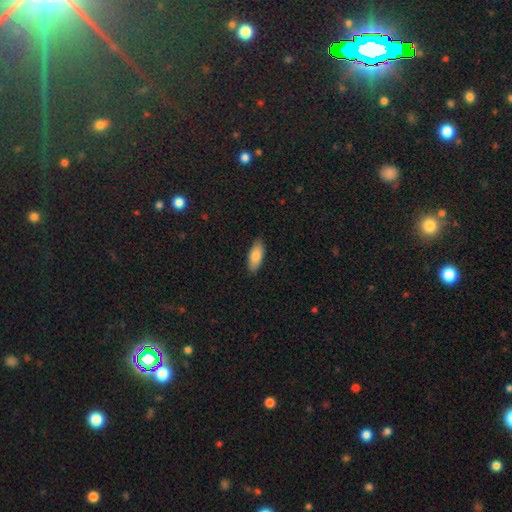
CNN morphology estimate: A smooth galaxy with no disk features (81%) that is in between round and cigar-shaped (82%).

Vote fractions:
- Smooth or featured? smooth: 81% / featured or disk: 13% / star or artifact: 6%
- How rounded? in between: 82% / cigar-shaped: 16% / round: 2%
- Merging? none: 86% / minor disturbance: 11% / major disturbance: 2% / merger: 1%